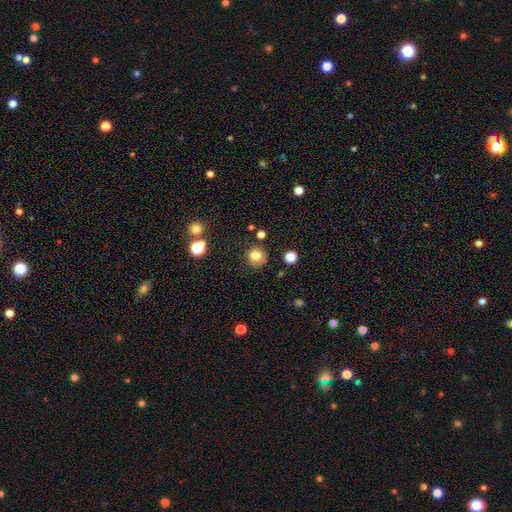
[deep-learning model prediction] smooth 79%, star or artifact 13%, featured or disk 8%. Down the decision tree: how rounded — round (85%); merging — none (78%).